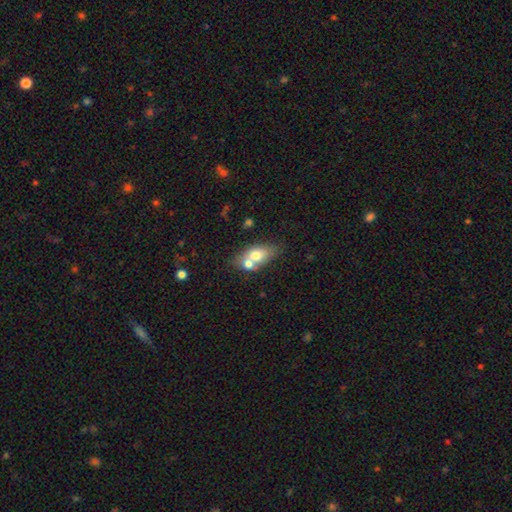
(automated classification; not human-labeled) Morphology: type=smooth (67%); roundness=in between (79%); merging=merger (46%).